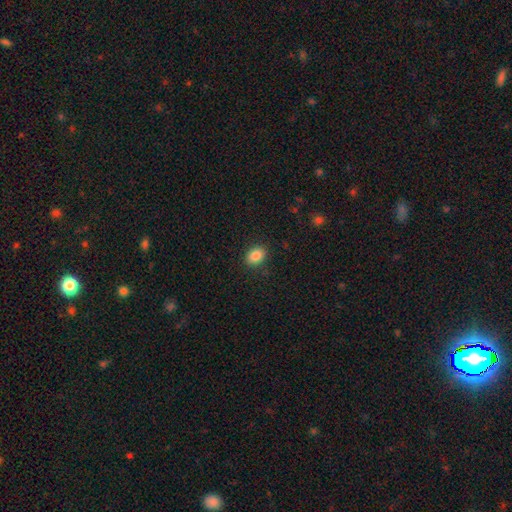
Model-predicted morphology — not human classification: type=smooth (87%); roundness=in between (66%); merging=none (88%).